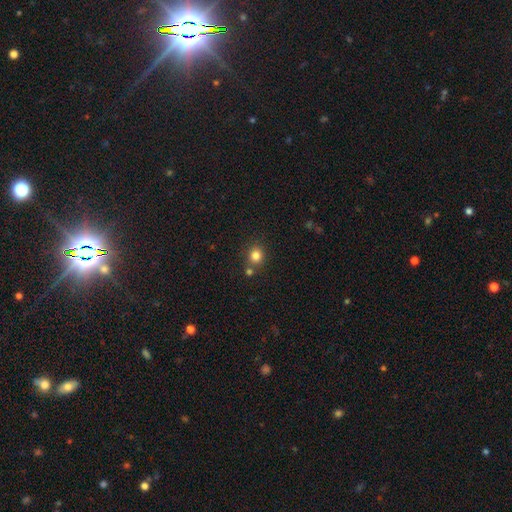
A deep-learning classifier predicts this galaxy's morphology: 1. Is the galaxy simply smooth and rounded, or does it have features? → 82% smooth, 13% star or artifact, 5% featured or disk.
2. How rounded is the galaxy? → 83% round, 16% in between, 1% cigar-shaped.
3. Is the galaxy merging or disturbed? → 74% none, 14% merger, 9% minor disturbance, 3% major disturbance.